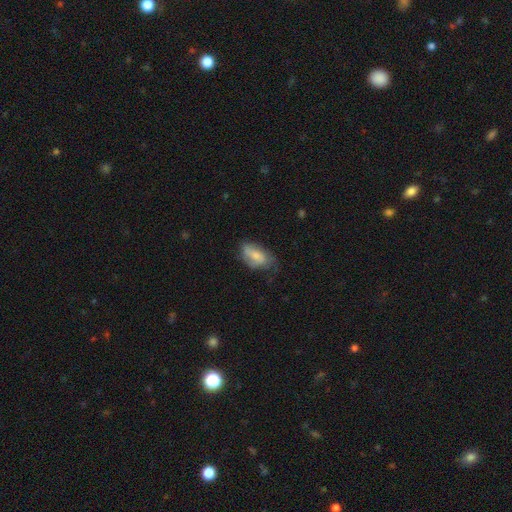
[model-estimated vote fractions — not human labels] Overall: smooth (64%; featured or disk 29%). How rounded: in between (90%). Merging: none (46%; minor disturbance 35%).